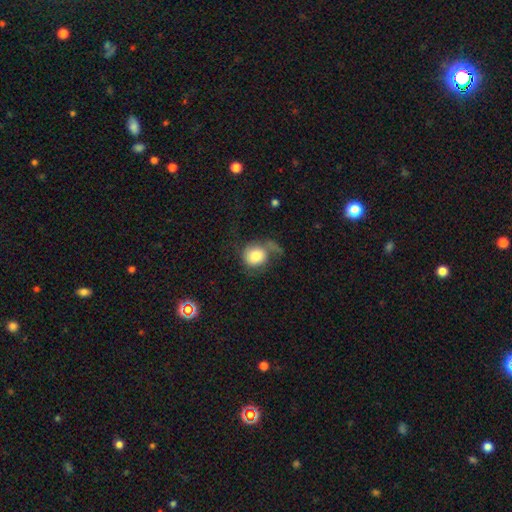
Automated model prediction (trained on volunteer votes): This is likely a smooth galaxy (71%). How rounded: likely round (75%). Merging: marginally none (35%).